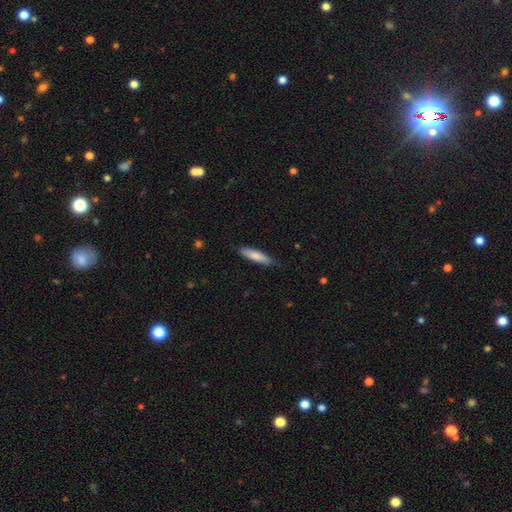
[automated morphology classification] This appears to be a smooth galaxy with no disk features (80%) that is cigar-shaped (73%). Merging: none (84%).